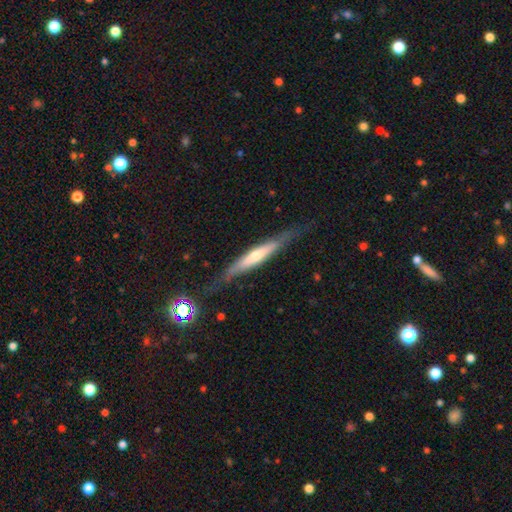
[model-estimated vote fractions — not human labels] smooth_or_featured: featured or disk (p=0.61) [alt: smooth p=0.32]
disk_edge_on: yes (p=0.88) [alt: no p=0.12]
edge_on_bulge: rounded (p=0.60) [alt: none p=0.28]
merging: none (p=0.75) [alt: minor disturbance p=0.18]